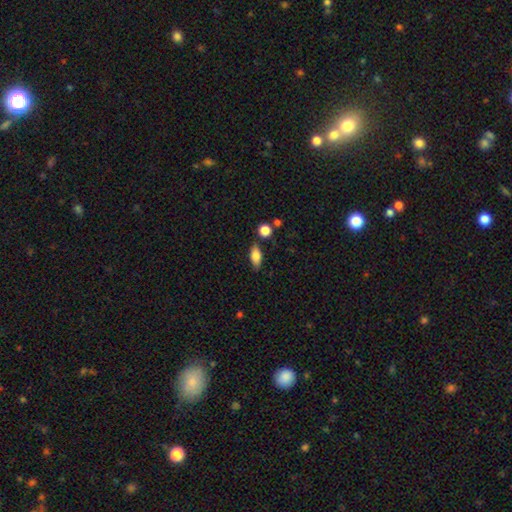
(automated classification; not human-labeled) smooth 80%, featured or disk 12%, star or artifact 8%. Down the decision tree: how rounded — in between (84%); merging — none (79%).